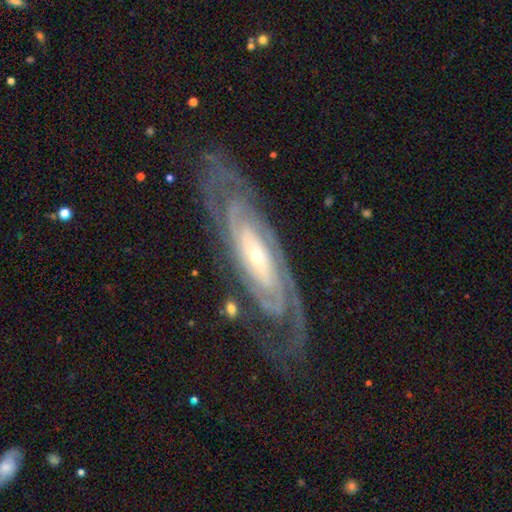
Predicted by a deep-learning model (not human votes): Smooth or featured?
  - featured or disk: 89% *
  - star or artifact: 5%
  - smooth: 5%
Edge-on disk?
  - no: 89% *
  - yes: 11%
Bar?
  - no: 60% *
  - weak: 23%
  - strong: 17%
Spiral arms?
  - yes: 97% *
  - no: 3%
Spiral winding?
  - tight: 78% *
  - medium: 19%
  - loose: 4%
Spiral arm count?
  - 2: 36% *
  - can't tell: 27%
  - 3: 14%
  - 4: 10%
  - more than 4: 7%
  - 1: 6%
Bulge size?
  - small: 73% *
  - moderate: 22%
  - large: 2%
  - none: 1%
  - dominant: 1%
Merging?
  - none: 79% *
  - minor disturbance: 14%
  - major disturbance: 6%
  - merger: 2%